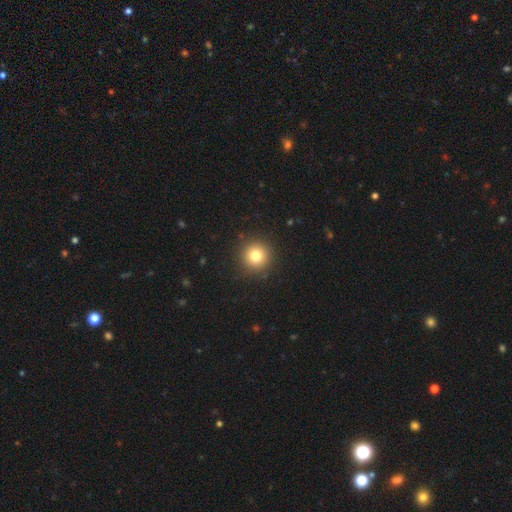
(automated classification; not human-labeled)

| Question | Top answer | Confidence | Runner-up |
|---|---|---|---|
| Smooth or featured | smooth | 79% | star or artifact (12%) |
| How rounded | round | 95% | in between (4%) |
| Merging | none | 91% | minor disturbance (5%) |